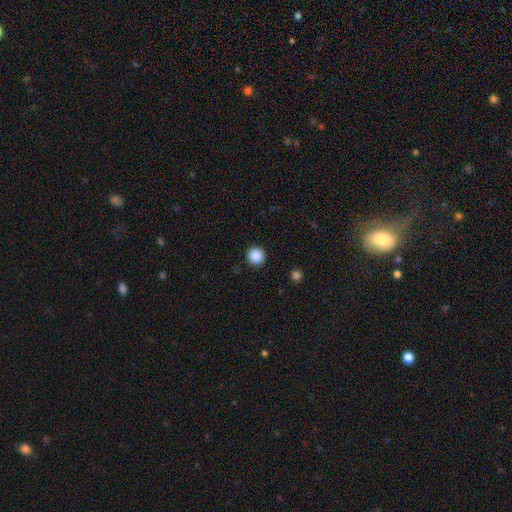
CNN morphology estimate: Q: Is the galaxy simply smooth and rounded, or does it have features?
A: smooth — 88%.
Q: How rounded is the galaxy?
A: round — 94%.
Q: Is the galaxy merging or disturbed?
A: none — 92%.